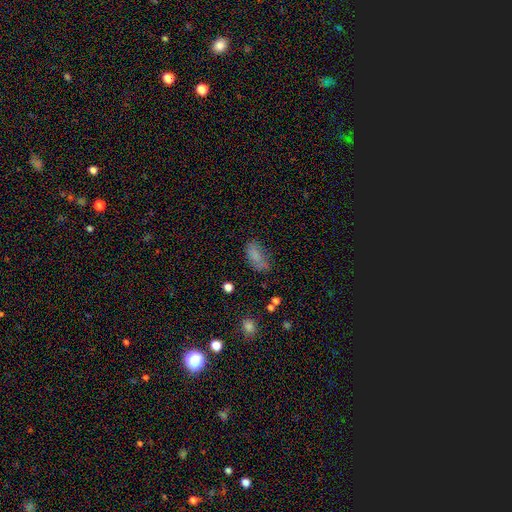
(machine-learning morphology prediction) Smooth or featured: smooth — 76% (star or artifact — 12%)
How rounded: in between — 89% (cigar-shaped — 6%)
Merging: none — 51% (minor disturbance — 30%)